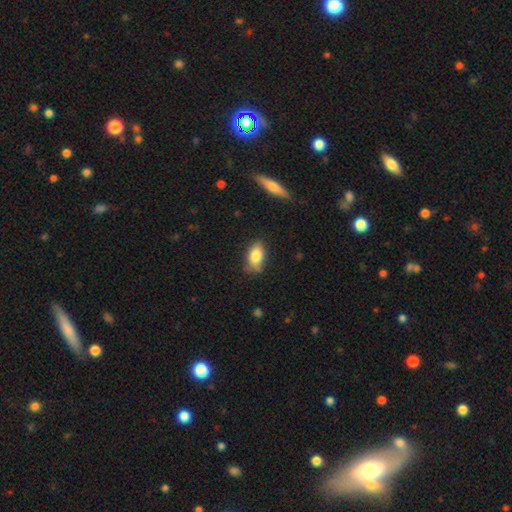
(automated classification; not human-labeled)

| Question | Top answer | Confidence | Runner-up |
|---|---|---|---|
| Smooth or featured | smooth | 81% | featured or disk (11%) |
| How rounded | in between | 89% | round (8%) |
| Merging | none | 69% | minor disturbance (24%) |